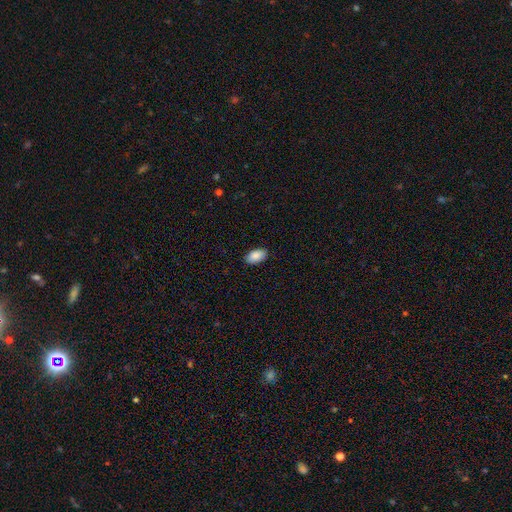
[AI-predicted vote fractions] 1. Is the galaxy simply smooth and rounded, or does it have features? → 89% smooth, 7% star or artifact, 4% featured or disk.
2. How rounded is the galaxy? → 94% in between, 4% round, 2% cigar-shaped.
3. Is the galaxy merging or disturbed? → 88% none, 9% minor disturbance, 2% major disturbance, 1% merger.